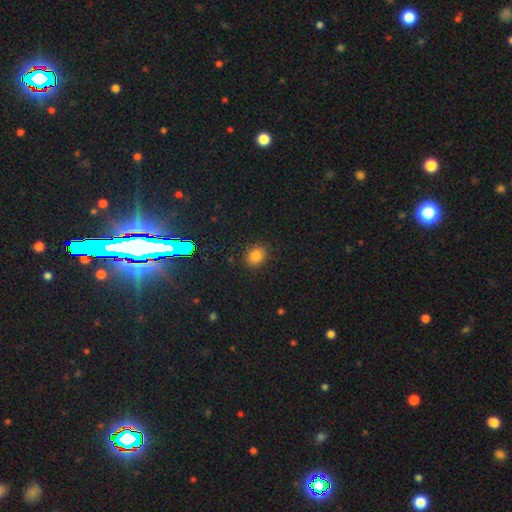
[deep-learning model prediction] Smooth or featured? Predicted: smooth (p=0.80). How rounded? Predicted: round (p=0.64). Merging? Predicted: none (p=0.85).